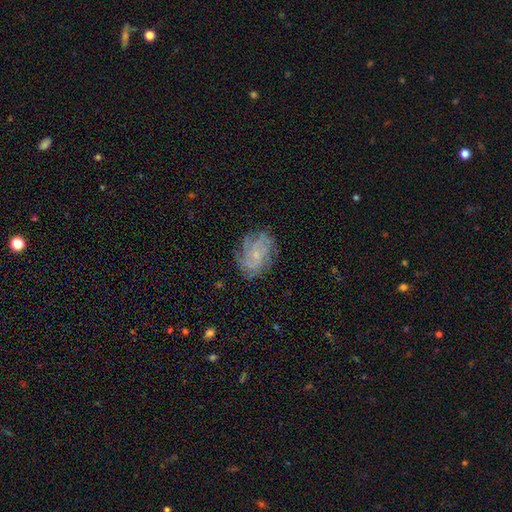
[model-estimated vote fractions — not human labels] Morphology: type=featured or disk (77%); edge-on=no (97%); bar=no (75%); spiral arms=yes (95%); winding=tight (58%); arm count=can't tell (28%); bulge=small (77%); merging=none (78%).